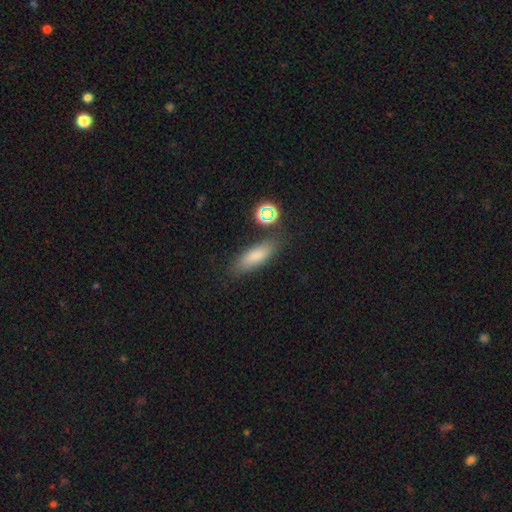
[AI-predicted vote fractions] Smooth or featured? smooth (80%)
How rounded? in between (59%)
Merging? none (79%)